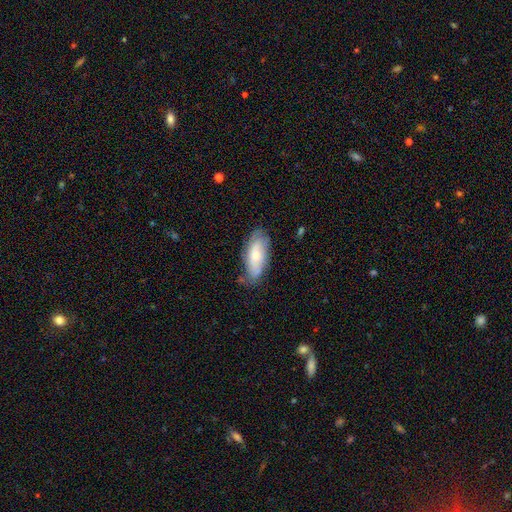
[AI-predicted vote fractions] Smooth or featured?
  - smooth: 59% *
  - featured or disk: 34%
  - star or artifact: 7%
How rounded?
  - in between: 84% *
  - cigar-shaped: 14%
  - round: 3%
Merging?
  - none: 66% *
  - minor disturbance: 26%
  - major disturbance: 6%
  - merger: 2%